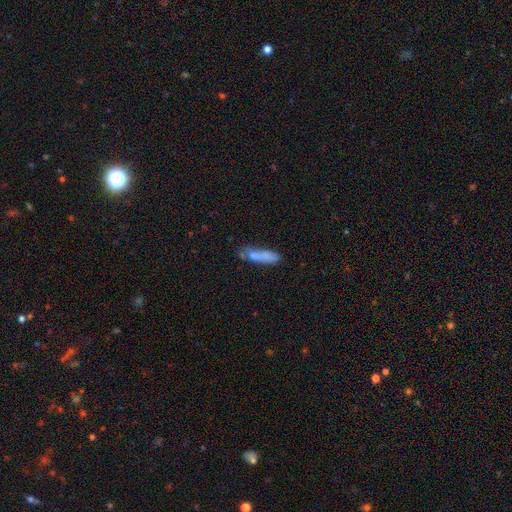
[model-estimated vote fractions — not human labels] Smooth or featured? smooth (69%)
How rounded? cigar-shaped (76%)
Merging? none (56%)